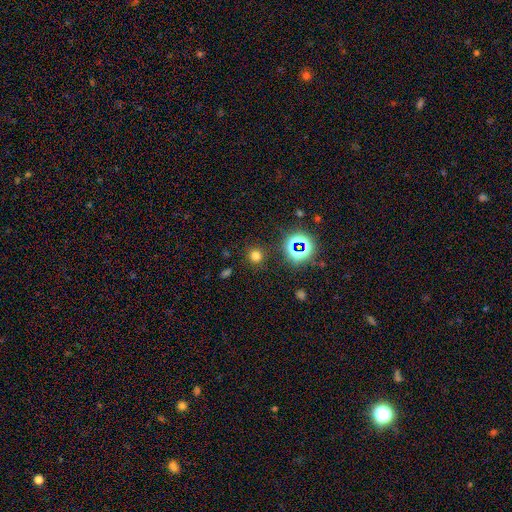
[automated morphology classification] smooth_or_featured: smooth (p=0.70) [alt: star or artifact p=0.24]
how_rounded: round (p=0.92) [alt: in between p=0.07]
merging: none (p=0.89) [alt: minor disturbance p=0.06]